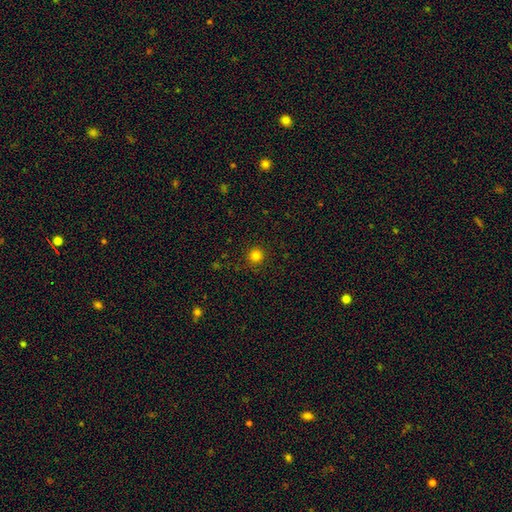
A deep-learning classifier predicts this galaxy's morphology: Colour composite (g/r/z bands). It shows a smooth galaxy with no disk features (82%) that is round (95%). Merging: none (90%).